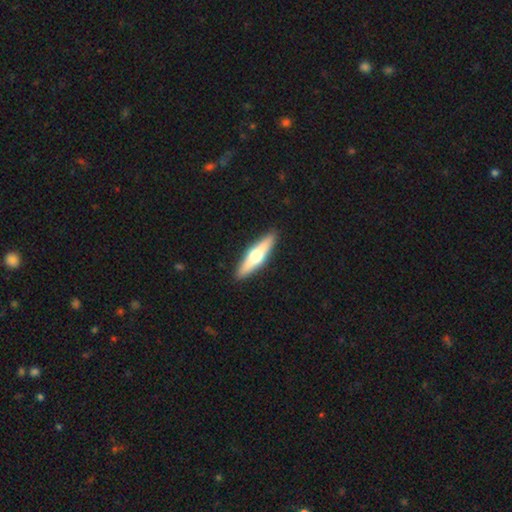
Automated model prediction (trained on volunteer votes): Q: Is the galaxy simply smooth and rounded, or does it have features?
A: featured or disk — 51%.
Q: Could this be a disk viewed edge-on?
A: yes — 93%.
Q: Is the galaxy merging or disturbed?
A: none — 91%.